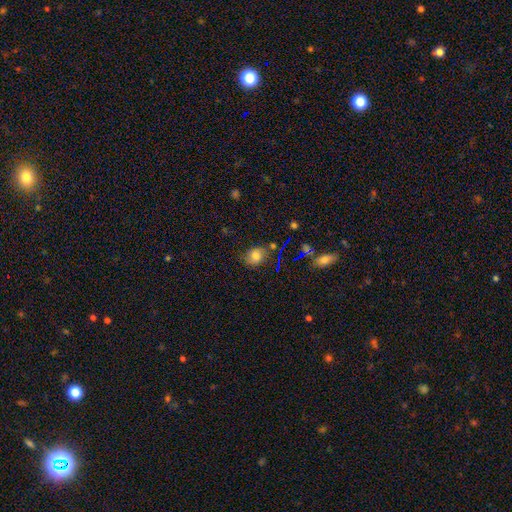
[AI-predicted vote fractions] Overall: smooth (64%). How rounded: round (53%; in between 46%). Merging: none (70%).